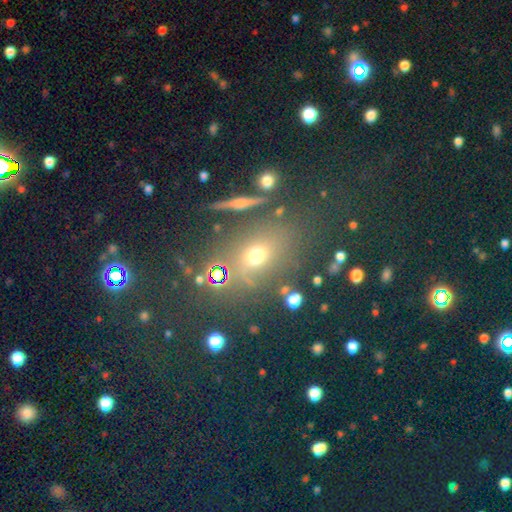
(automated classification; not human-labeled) Smooth or featured: smooth — 53% (star or artifact — 28%)
How rounded: round — 49% (in between — 46%)
Merging: none — 72% (minor disturbance — 13%)